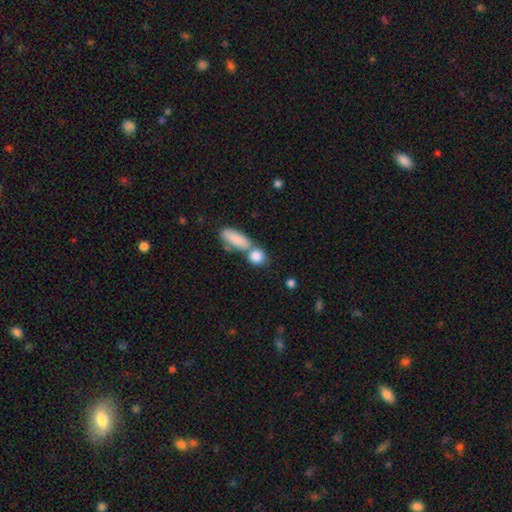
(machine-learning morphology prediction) smooth-or-featured: smooth: 85% | featured or disk: 7% | star or artifact: 7%
  how-rounded: round: 48% | in between: 43% | cigar-shaped: 9%
  merging: none: 43% (tied) | merger: 43% (tied) | minor disturbance: 9% | major disturbance: 4%